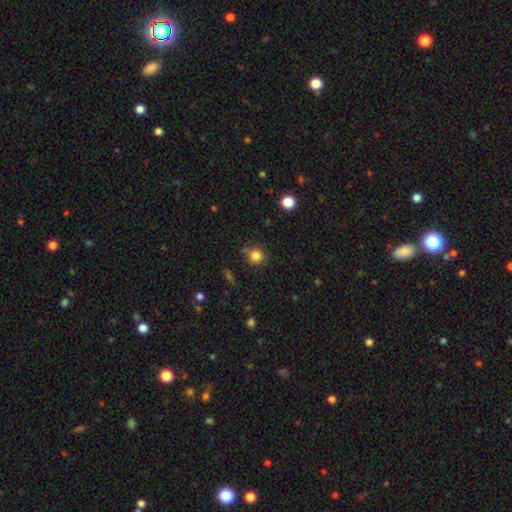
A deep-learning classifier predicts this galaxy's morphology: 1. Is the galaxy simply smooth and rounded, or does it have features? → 82% smooth, 12% star or artifact, 6% featured or disk.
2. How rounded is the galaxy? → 88% round, 11% in between, 1% cigar-shaped.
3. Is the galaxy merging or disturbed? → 75% none, 17% minor disturbance, 4% merger, 4% major disturbance.